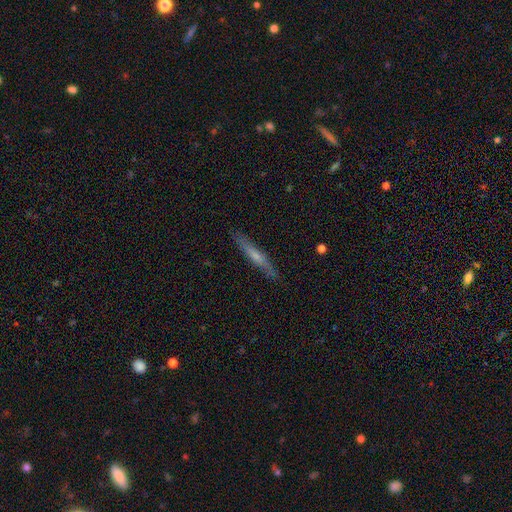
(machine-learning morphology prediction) Overall: featured or disk (53%; smooth 41%). Edge-on disk: yes (93%). Merging: none (88%).